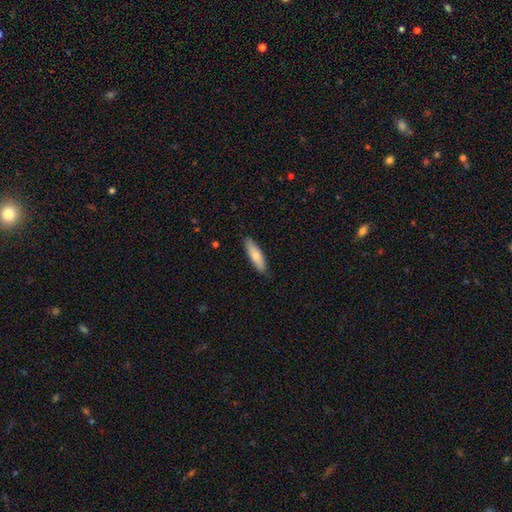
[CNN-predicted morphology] A smooth galaxy with no disk features (76%) that is cigar-shaped (63%). Merging: none (87%).